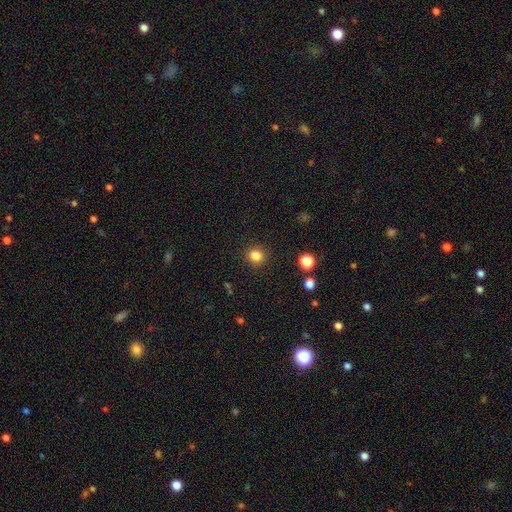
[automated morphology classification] This appears to be a smooth galaxy with no disk features (83%) that is round (89%). Merging: none (91%).